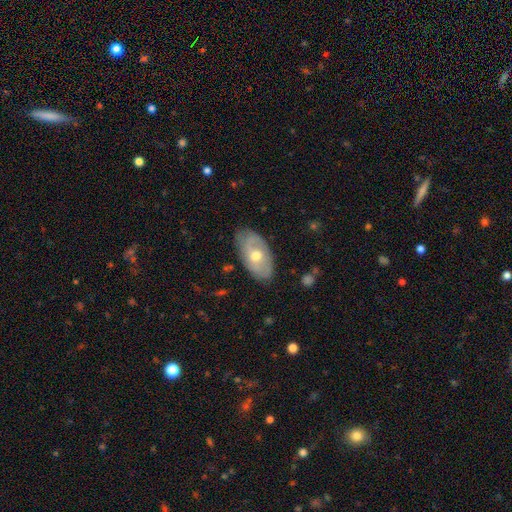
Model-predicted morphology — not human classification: featured or disk 55%, smooth 39%, star or artifact 6%. Down the decision tree: edge-on disk — no (88%); merging — none (78%).